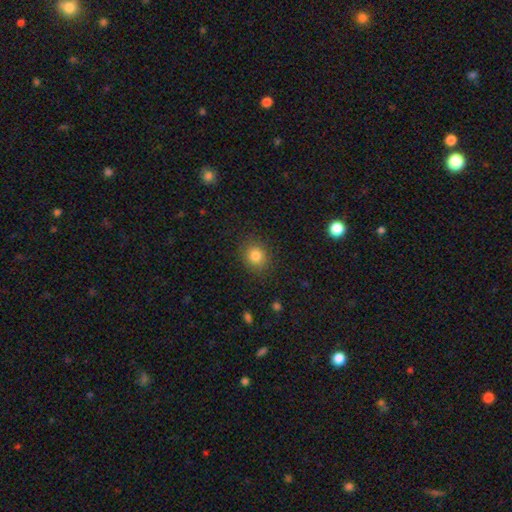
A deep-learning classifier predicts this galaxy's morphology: The model was most divided on "how rounded": round: 75%, in between: 25%, cigar-shaped: 1%. More confident: merging — none (87%); smooth or featured — smooth (83%).